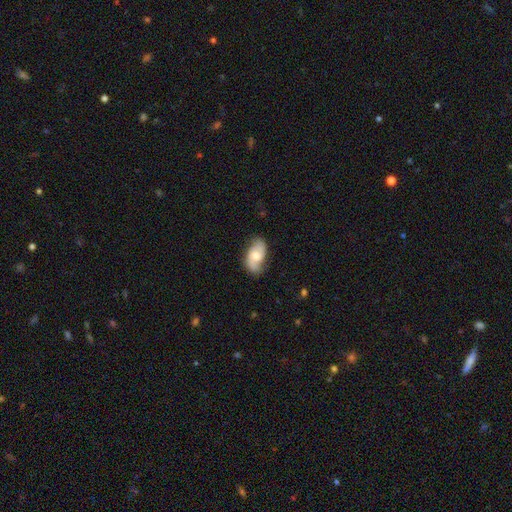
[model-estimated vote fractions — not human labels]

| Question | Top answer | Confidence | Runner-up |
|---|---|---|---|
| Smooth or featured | featured or disk | 57% | smooth (36%) |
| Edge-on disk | no | 95% | yes (5%) |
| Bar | no | 59% | weak (35%) |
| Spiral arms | yes | 87% | no (13%) |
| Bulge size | moderate | 61% | small (23%) |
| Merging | none | 73% | minor disturbance (20%) |